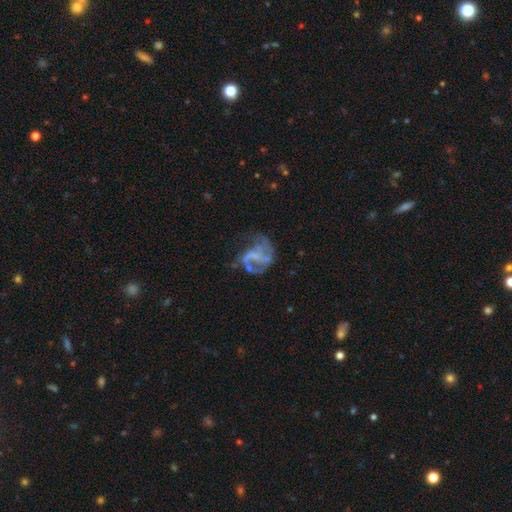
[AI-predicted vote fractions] A featured or disk galaxy (74%) with no bar (49%), 2 (52%) loose (51%) spiral arms (75%) and no central bulge (63%). Merging: none (41%).